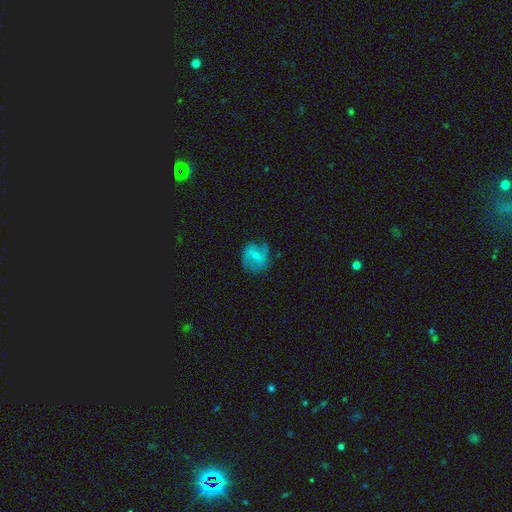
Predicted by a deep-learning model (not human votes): Smooth or featured? featured or disk (48%)
Merging? none (67%)